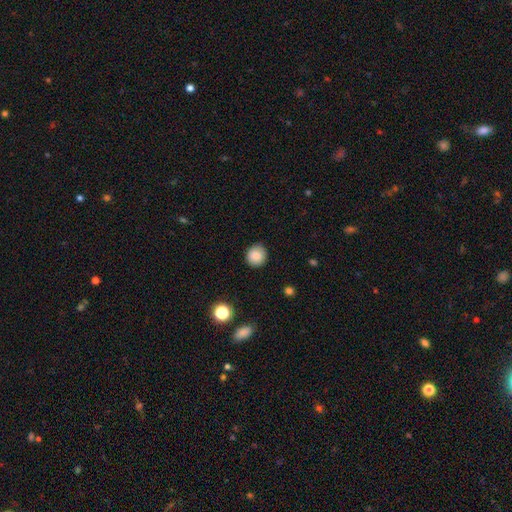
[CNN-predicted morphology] smooth-or-featured: smooth: 86% | star or artifact: 9% | featured or disk: 5%
  how-rounded: round: 88% | in between: 11% | cigar-shaped: 1%
  merging: none: 89% | minor disturbance: 8% | major disturbance: 2% | merger: 1%